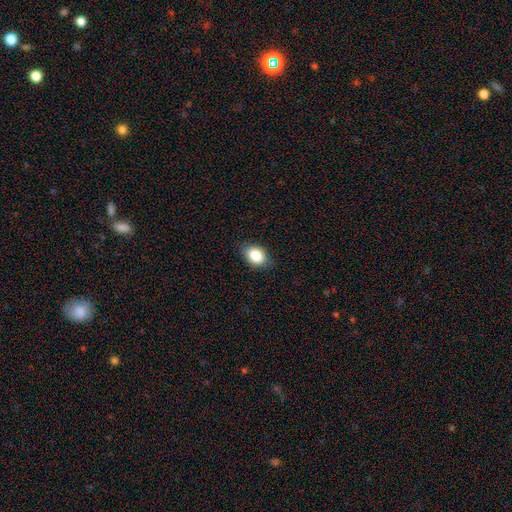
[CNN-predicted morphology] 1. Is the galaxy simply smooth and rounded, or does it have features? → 85% smooth, 9% star or artifact, 7% featured or disk.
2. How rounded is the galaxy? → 77% in between, 22% round, 1% cigar-shaped.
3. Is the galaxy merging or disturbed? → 83% none, 14% minor disturbance, 3% major disturbance, 1% merger.